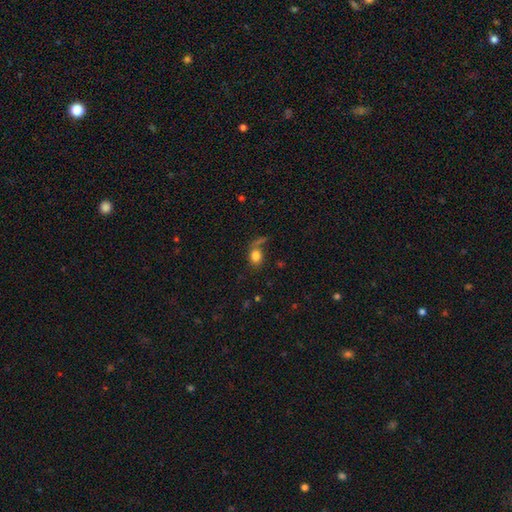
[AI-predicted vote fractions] A smooth galaxy with no disk features (79%) that is in between round and cigar-shaped (56%). Merging: none (51%).